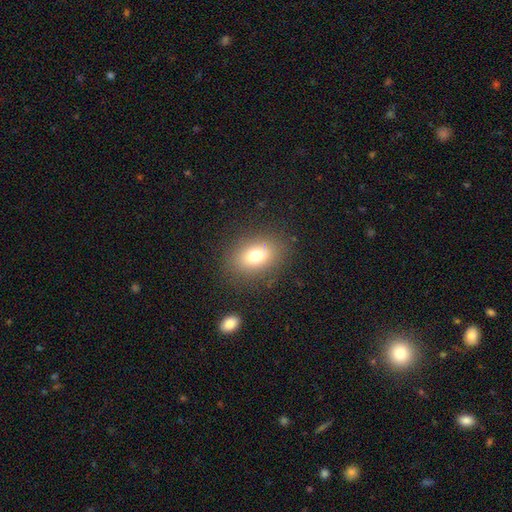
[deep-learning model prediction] smooth_or_featured: smooth (p=0.73) [alt: featured or disk p=0.14]
how_rounded: in between (p=0.66) [alt: round p=0.32]
merging: none (p=0.84) [alt: minor disturbance p=0.09]